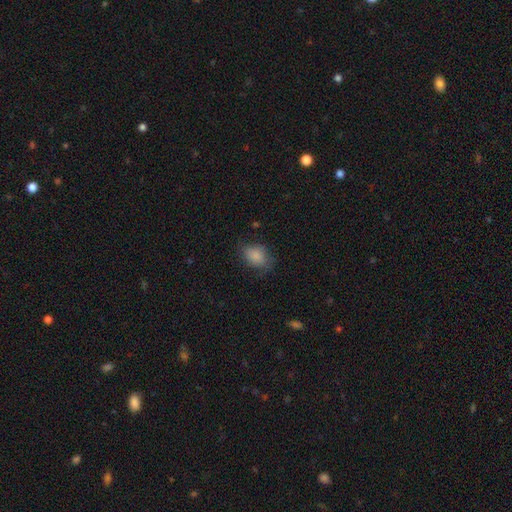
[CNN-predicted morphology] Overall: smooth (85%). How rounded: in between (73%). Merging: none (68%).